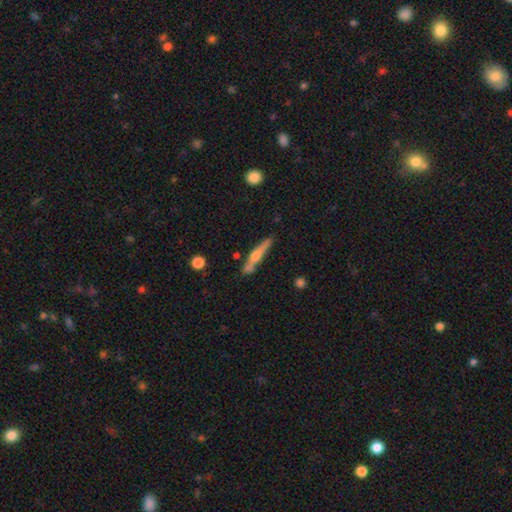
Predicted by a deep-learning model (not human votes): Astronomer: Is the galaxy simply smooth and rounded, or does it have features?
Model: featured or disk — 54% (runner-up: smooth, 40%).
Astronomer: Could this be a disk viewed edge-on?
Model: yes — 93%.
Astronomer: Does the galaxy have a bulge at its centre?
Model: rounded — 84%.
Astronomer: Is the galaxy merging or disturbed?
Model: none — 69%.